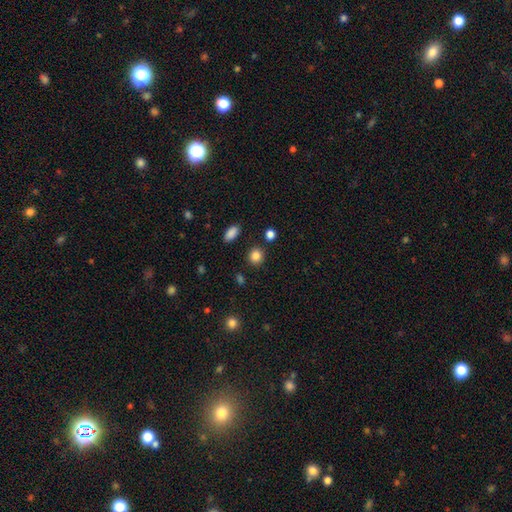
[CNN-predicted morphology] Q: Smooth or featured?
A: smooth (85%); runner-up: star or artifact (11%)
Q: How rounded?
A: round (86%); runner-up: in between (13%)
Q: Merging?
A: none (87%); runner-up: minor disturbance (7%)